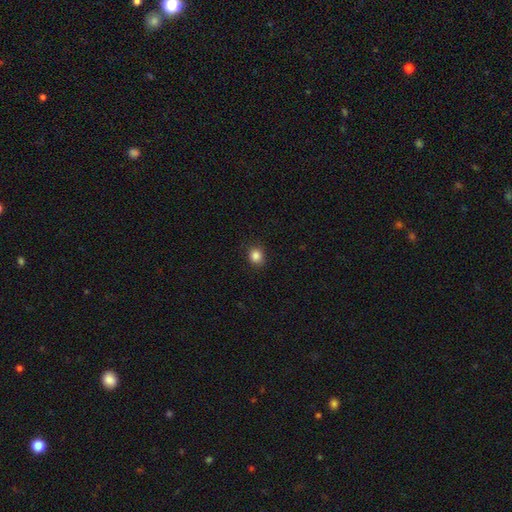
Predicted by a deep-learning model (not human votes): This appears to be a smooth galaxy with no disk features (86%) that is round (78%). Merging: none (89%).